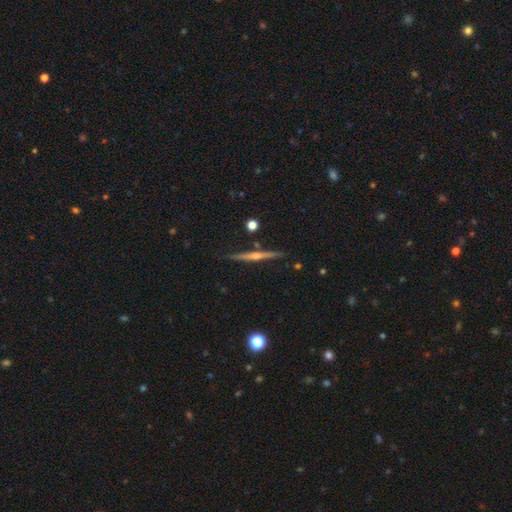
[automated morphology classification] Smooth or featured: featured or disk — 76% (smooth — 18%)
Edge-on disk: yes — 98% (no — 2%)
Edge-on bulge: rounded — 75% (none — 19%)
Merging: none — 89% (minor disturbance — 8%)